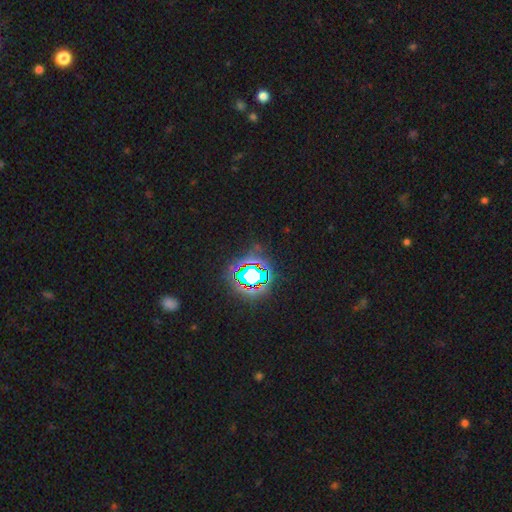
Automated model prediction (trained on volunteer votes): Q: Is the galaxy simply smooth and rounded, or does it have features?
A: star or artifact — 80%.